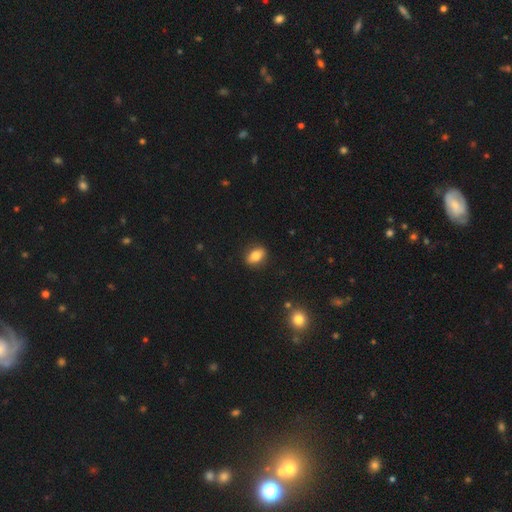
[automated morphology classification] A smooth galaxy with no disk features (80%) that is in between round and cigar-shaped (79%). Merging: none (87%).